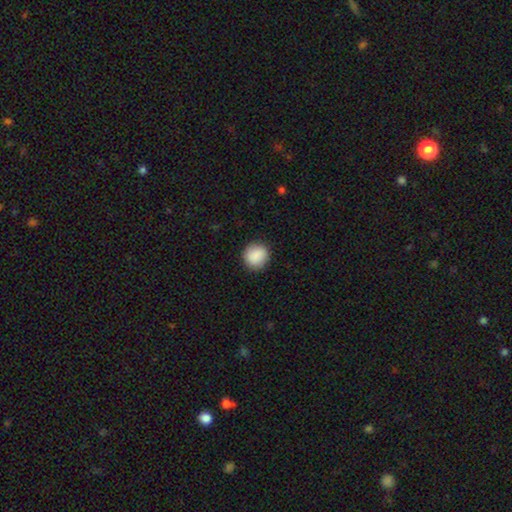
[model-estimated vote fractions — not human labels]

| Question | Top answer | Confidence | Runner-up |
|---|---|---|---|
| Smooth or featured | smooth | 89% | star or artifact (7%) |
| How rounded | round | 88% | in between (11%) |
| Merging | none | 89% | minor disturbance (8%) |